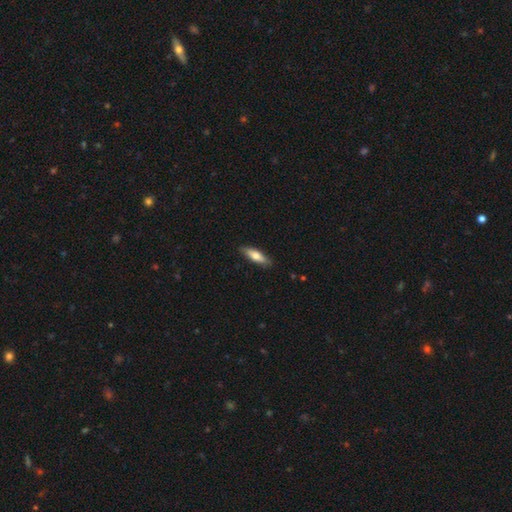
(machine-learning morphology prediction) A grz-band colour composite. It shows a smooth galaxy with no disk features (69%) that is cigar-shaped (54%). Merging: none (86%).